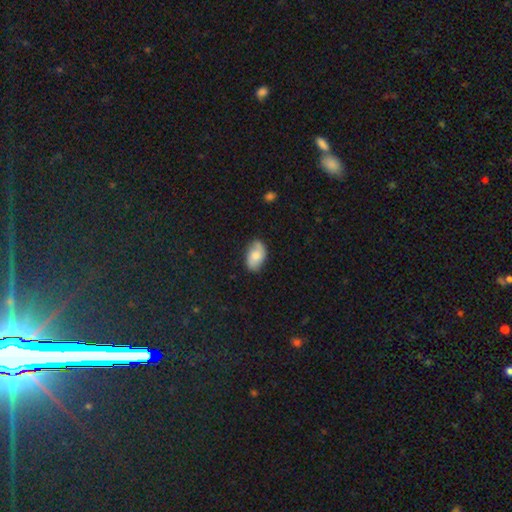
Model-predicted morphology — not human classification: smooth 62%, featured or disk 31%, star or artifact 8%. Down the decision tree: how rounded — in between (92%); merging — none (74%).